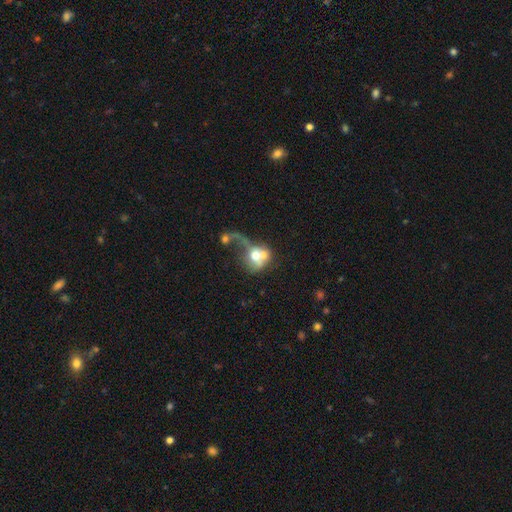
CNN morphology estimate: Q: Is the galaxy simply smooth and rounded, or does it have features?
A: smooth — 55%.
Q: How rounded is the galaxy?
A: round — 63%.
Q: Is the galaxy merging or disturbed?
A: merger — 55%.